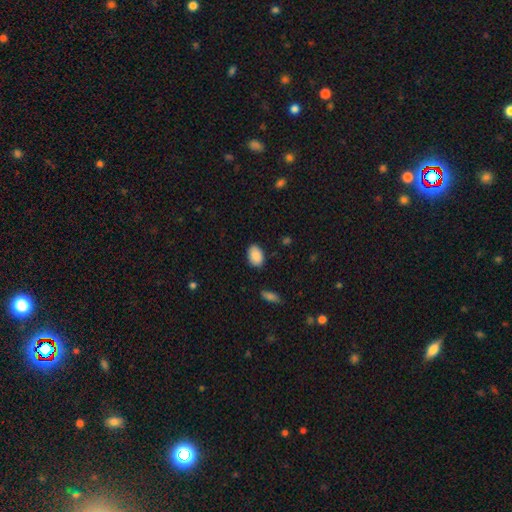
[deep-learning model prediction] Smooth or featured? smooth (89%)
How rounded? in between (88%)
Merging? none (86%)